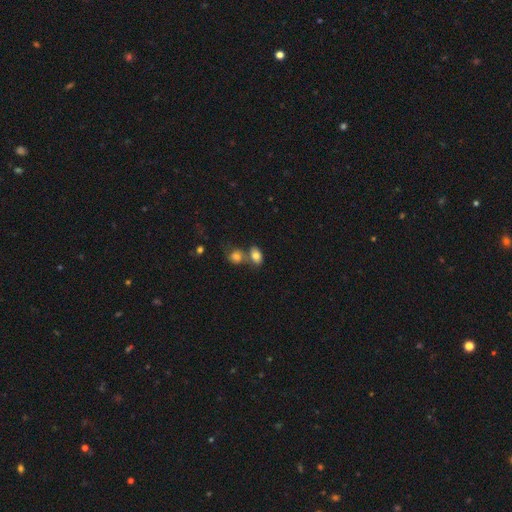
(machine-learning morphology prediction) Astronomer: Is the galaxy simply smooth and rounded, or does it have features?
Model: smooth — 80%.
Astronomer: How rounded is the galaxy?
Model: in between — 80%.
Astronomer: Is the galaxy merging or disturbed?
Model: none — 46% (runner-up: merger, 40%).